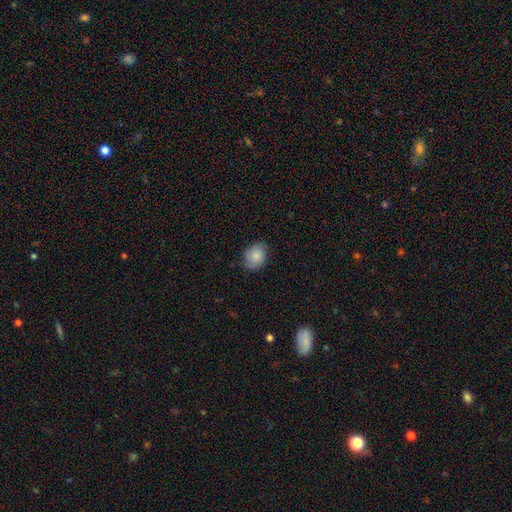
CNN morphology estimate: The model was most divided on "how rounded": in between: 50%, round: 49%, cigar-shaped: 1%. More confident: smooth or featured — smooth (83%); merging — none (78%).